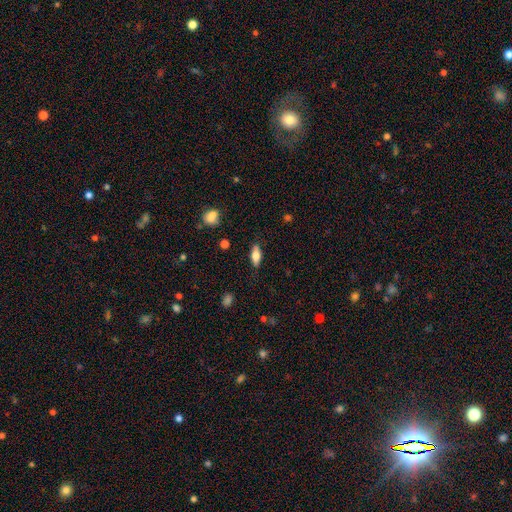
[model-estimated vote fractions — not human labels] smooth-or-featured: smooth: 61% | featured or disk: 32% | star or artifact: 7%
  how-rounded: in between: 72% | cigar-shaped: 25% | round: 3%
  merging: none: 85% | minor disturbance: 11% | major disturbance: 3% | merger: 1%